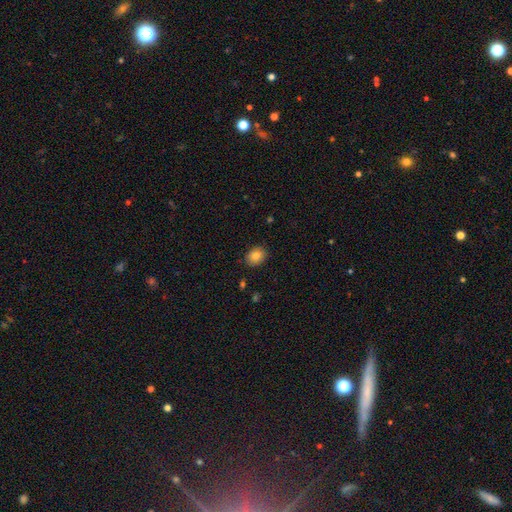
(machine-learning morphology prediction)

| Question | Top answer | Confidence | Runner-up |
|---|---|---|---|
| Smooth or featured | smooth | 84% | star or artifact (9%) |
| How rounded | in between | 56% | round (43%) |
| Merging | none | 88% | minor disturbance (9%) |